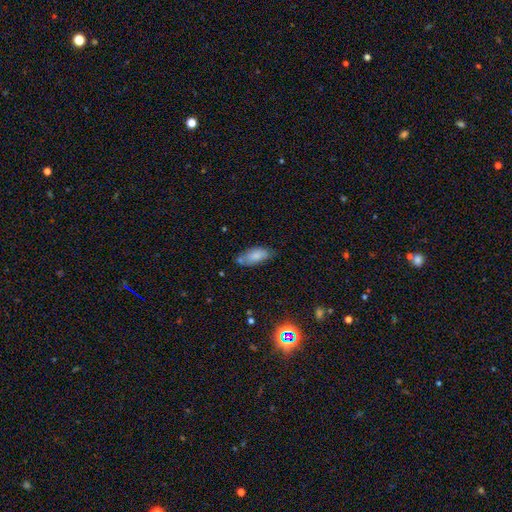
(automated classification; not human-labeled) smooth 80%, featured or disk 12%, star or artifact 8%. Down the decision tree: how rounded — in between (86%); merging — none (62%).